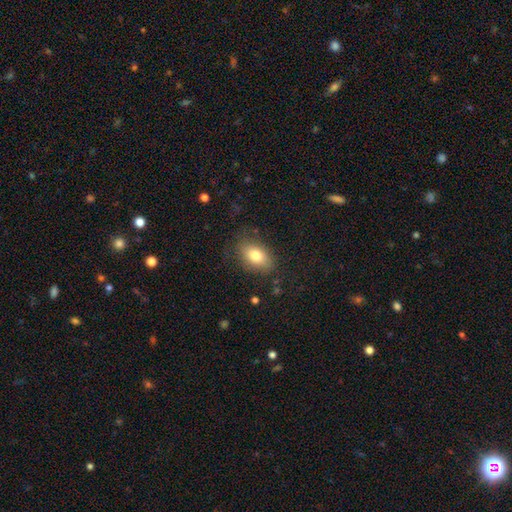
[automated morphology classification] The model was most divided on "merging": none: 78%, minor disturbance: 15%, major disturbance: 5%, merger: 1%. More confident: how rounded — in between (86%); smooth or featured — smooth (79%).